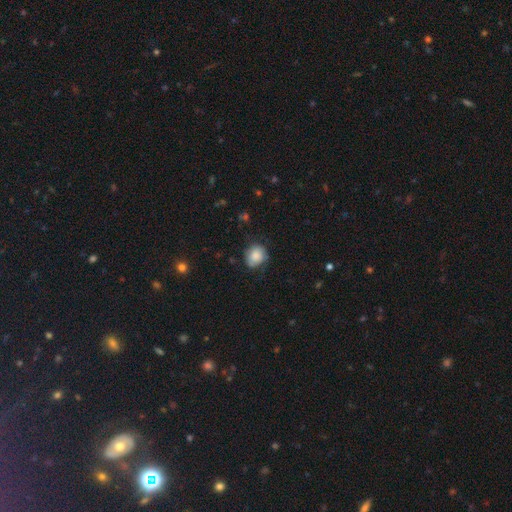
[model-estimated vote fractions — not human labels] This appears to be a smooth galaxy with no disk features (82%) that is round (66%). Merging: none (67%).